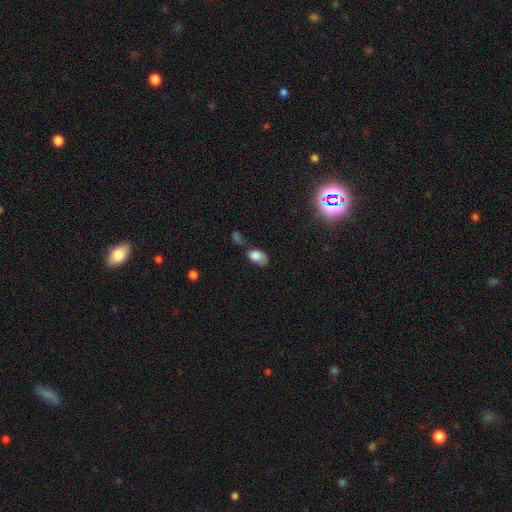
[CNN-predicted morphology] smooth-or-featured: smooth: 79% | featured or disk: 11% | star or artifact: 10%
  how-rounded: in between: 90% | round: 8% | cigar-shaped: 2%
  merging: none: 39% | minor disturbance: 28% | merger: 18% | major disturbance: 15%